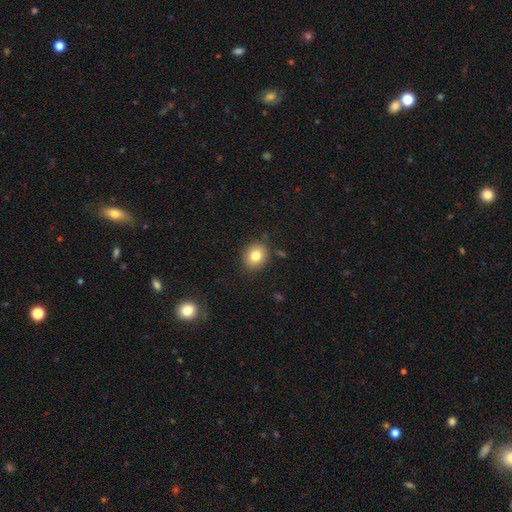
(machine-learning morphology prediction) Q: Smooth or featured?
A: smooth (80%); runner-up: star or artifact (10%)
Q: How rounded?
A: round (66%); runner-up: in between (33%)
Q: Merging?
A: none (85%); runner-up: minor disturbance (10%)